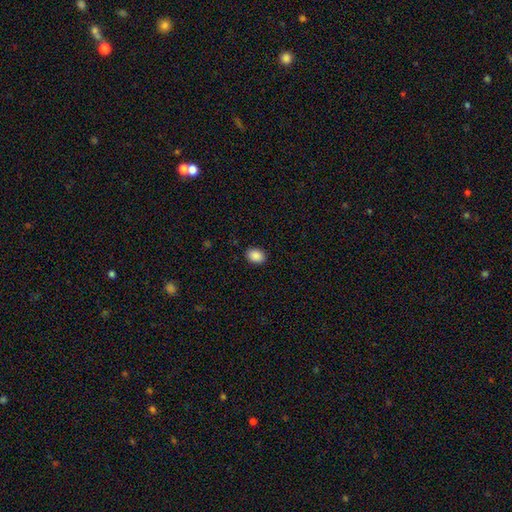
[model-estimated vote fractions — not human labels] Smooth or featured?
  - smooth: 89% *
  - star or artifact: 8%
  - featured or disk: 3%
How rounded?
  - in between: 72% *
  - round: 27%
  - cigar-shaped: 1%
Merging?
  - none: 90% *
  - minor disturbance: 7%
  - major disturbance: 2%
  - merger: 1%